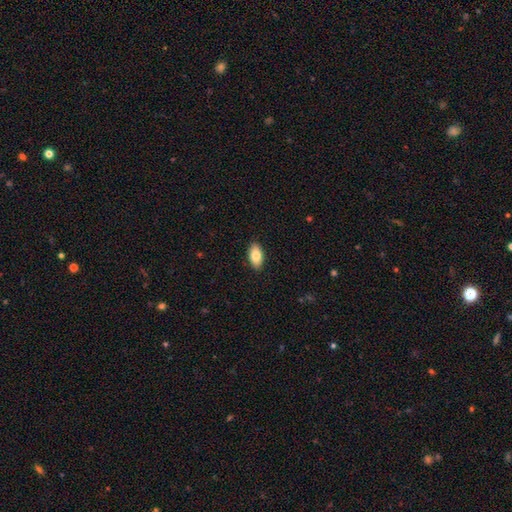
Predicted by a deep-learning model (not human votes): This appears to be a smooth galaxy with no disk features (82%) that is in between round and cigar-shaped (93%). Merging: none (90%).